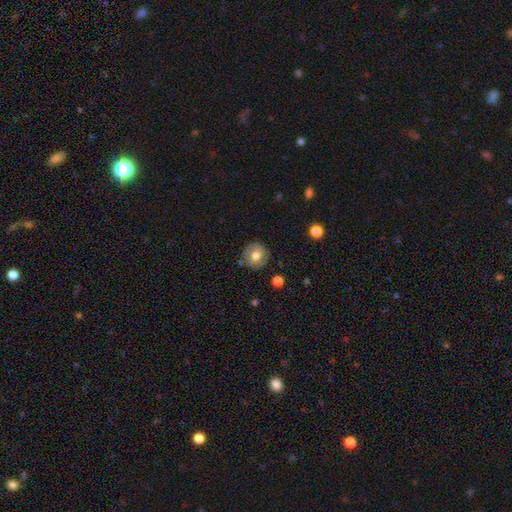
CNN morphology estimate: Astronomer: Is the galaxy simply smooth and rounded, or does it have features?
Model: smooth — 67%.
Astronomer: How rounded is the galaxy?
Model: round — 86%.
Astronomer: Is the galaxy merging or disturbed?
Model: none — 83%.